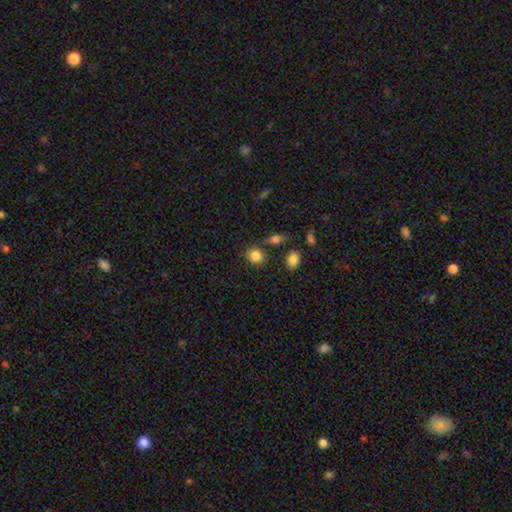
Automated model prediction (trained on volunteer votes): Q: Smooth or featured?
A: smooth (85%); runner-up: star or artifact (9%)
Q: How rounded?
A: round (57%); runner-up: in between (41%)
Q: Merging?
A: none (76%); runner-up: minor disturbance (13%)